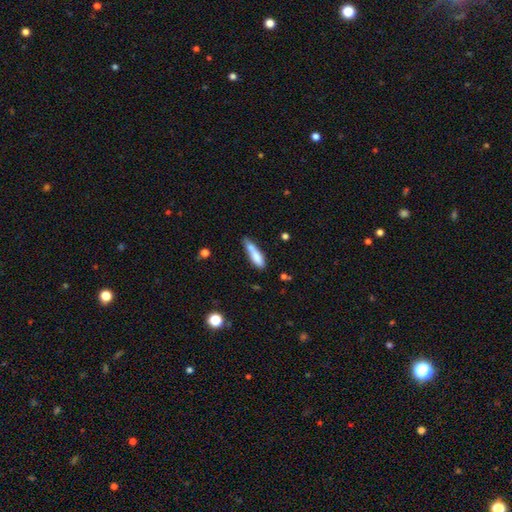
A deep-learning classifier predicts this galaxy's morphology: This appears to be a smooth galaxy with no disk features (75%) that is cigar-shaped (71%). Merging: none (46%).